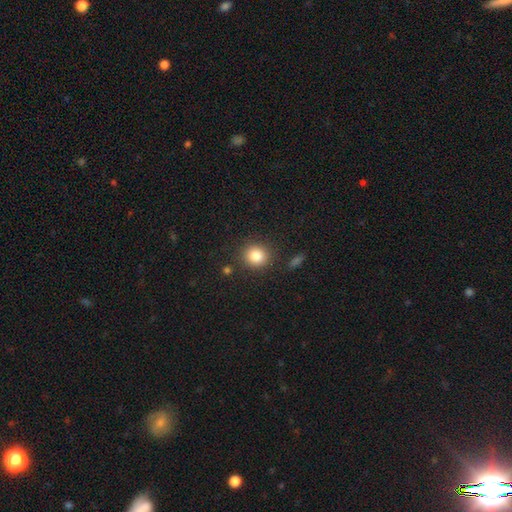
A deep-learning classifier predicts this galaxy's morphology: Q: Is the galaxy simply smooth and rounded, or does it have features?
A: smooth — 84%.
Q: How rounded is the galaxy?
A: round — 84%.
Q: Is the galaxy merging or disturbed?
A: none — 86%.